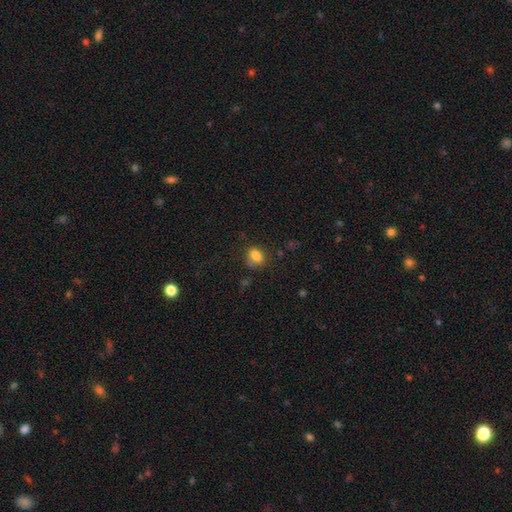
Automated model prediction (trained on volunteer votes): smooth 82%, star or artifact 10%, featured or disk 8%. Down the decision tree: how rounded — in between (64%); merging — none (62%).